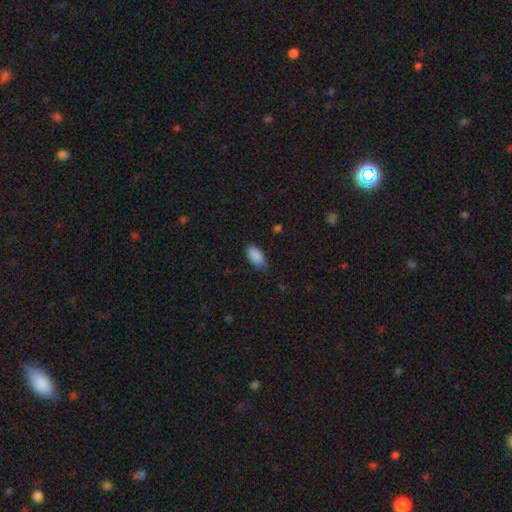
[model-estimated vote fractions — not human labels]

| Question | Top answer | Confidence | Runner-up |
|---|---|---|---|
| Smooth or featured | smooth | 89% | star or artifact (7%) |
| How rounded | in between | 93% | round (3%) |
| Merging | none | 71% | minor disturbance (24%) |